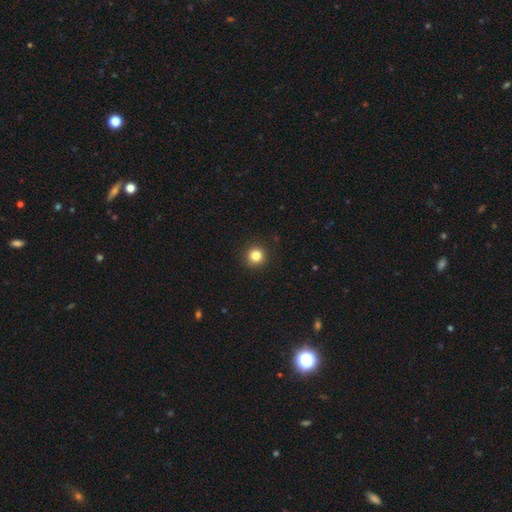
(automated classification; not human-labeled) Smooth or featured: smooth — 83% (star or artifact — 12%)
How rounded: round — 95% (in between — 4%)
Merging: none — 93% (minor disturbance — 5%)